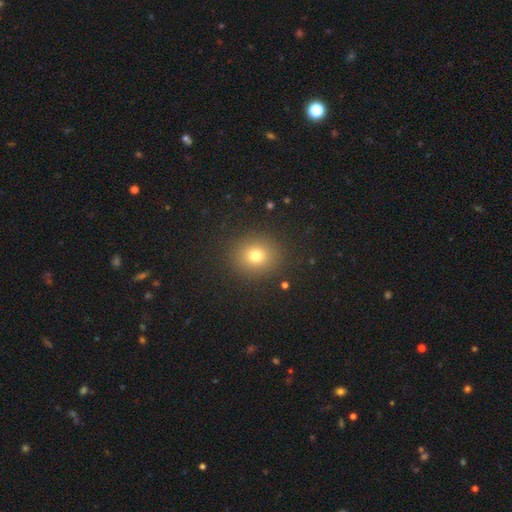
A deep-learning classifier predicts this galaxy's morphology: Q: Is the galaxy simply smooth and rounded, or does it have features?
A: smooth — 75%.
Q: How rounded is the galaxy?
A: round — 82%.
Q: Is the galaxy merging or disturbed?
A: none — 89%.